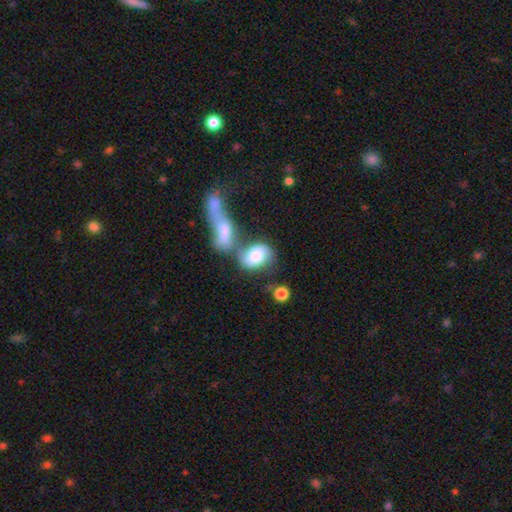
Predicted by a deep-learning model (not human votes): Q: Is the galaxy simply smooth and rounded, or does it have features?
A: smooth — 55%.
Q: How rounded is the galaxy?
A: in between — 72%.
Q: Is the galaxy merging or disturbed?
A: merger — 54%.